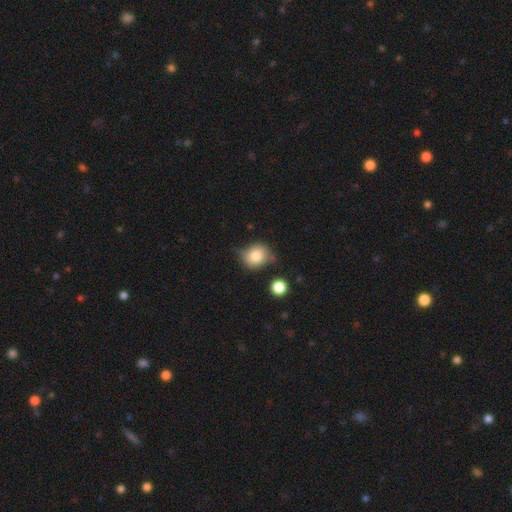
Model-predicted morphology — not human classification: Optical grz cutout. It shows a smooth galaxy with no disk features (76%) that is round (69%). Merging: none (60%).